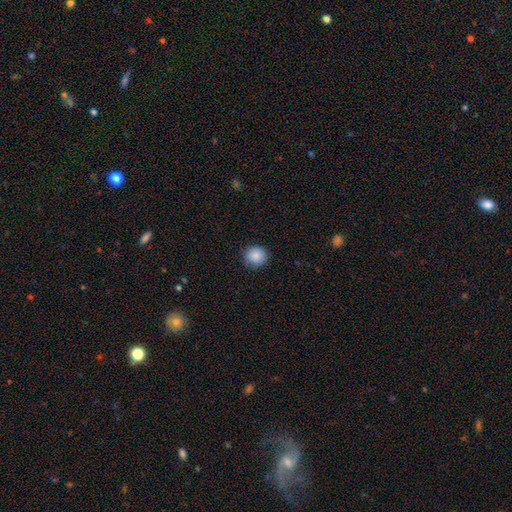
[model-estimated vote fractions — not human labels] Smooth or featured?
  - smooth: 88% *
  - star or artifact: 8%
  - featured or disk: 4%
How rounded?
  - round: 89% *
  - in between: 10%
  - cigar-shaped: 1%
Merging?
  - none: 86% *
  - minor disturbance: 11%
  - major disturbance: 2%
  - merger: 1%